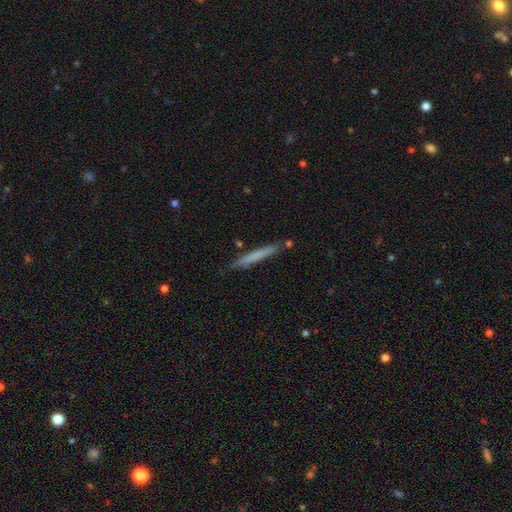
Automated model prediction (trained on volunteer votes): This appears to be a smooth galaxy with no disk features (67%) that is cigar-shaped (96%). Merging: none (84%).